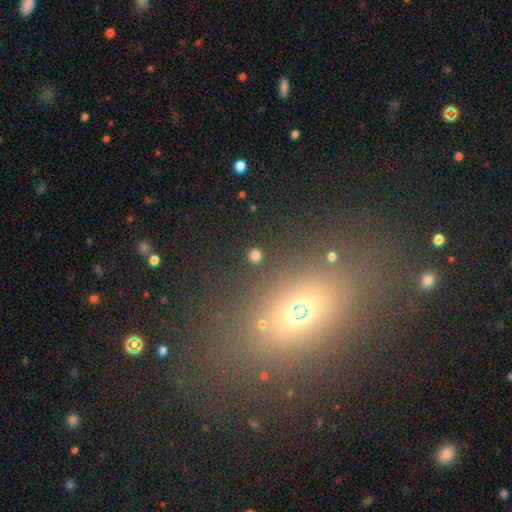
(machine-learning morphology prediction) Smooth or featured: smooth — 76% (star or artifact — 20%)
How rounded: round — 91% (in between — 8%)
Merging: none — 90% (minor disturbance — 5%)